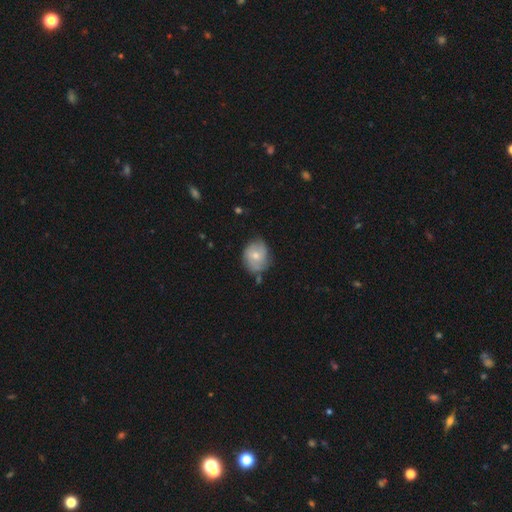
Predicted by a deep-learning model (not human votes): A smooth galaxy with no disk features (58%) that is round (63%).

Vote fractions:
- Smooth or featured? smooth: 58% / featured or disk: 35% / star or artifact: 7%
- How rounded? round: 63% / in between: 36% / cigar-shaped: 1%
- Merging? none: 61% / minor disturbance: 29% / major disturbance: 6% / merger: 4%